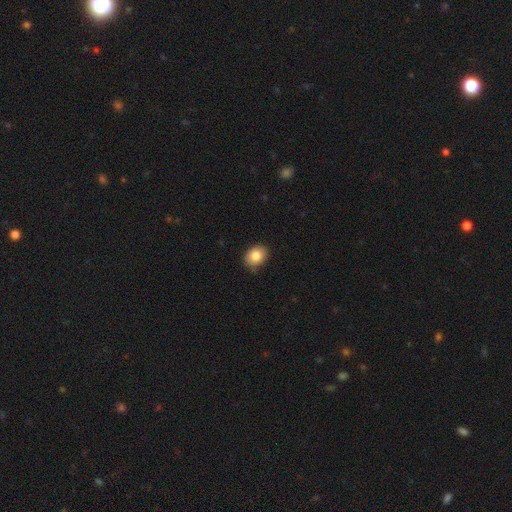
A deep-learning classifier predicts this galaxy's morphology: A smooth galaxy with no disk features (83%) that is in between round and cigar-shaped (60%). Merging: none (81%).